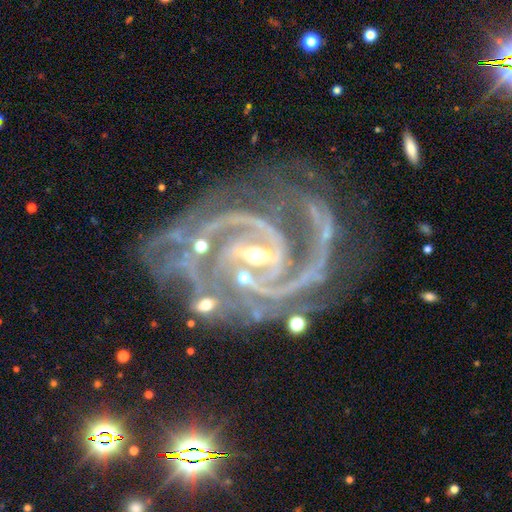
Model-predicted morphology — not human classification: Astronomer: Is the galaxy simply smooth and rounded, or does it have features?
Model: featured or disk — 93%.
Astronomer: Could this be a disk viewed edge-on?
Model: no — 98%.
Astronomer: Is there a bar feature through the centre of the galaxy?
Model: strong — 41% (runner-up: weak, 37%).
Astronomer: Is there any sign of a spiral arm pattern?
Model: yes — 99%.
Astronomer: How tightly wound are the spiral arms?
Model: tight — 53% (runner-up: medium, 42%).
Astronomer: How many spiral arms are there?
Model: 2 — 56%.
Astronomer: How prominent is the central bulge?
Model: small — 71%.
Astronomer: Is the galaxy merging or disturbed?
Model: none — 59%.